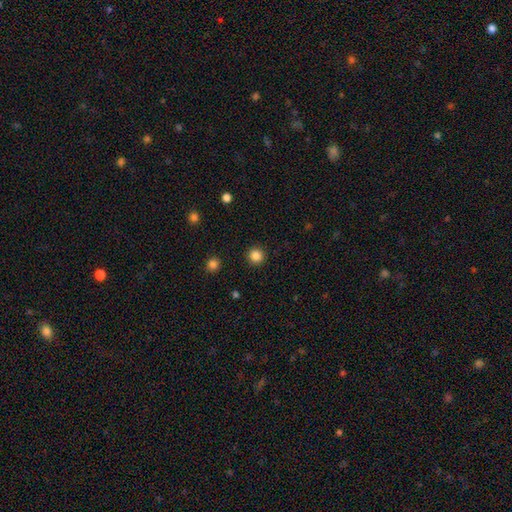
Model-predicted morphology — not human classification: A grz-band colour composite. It shows a smooth galaxy with no disk features (85%) that is round (95%). Merging: none (93%).